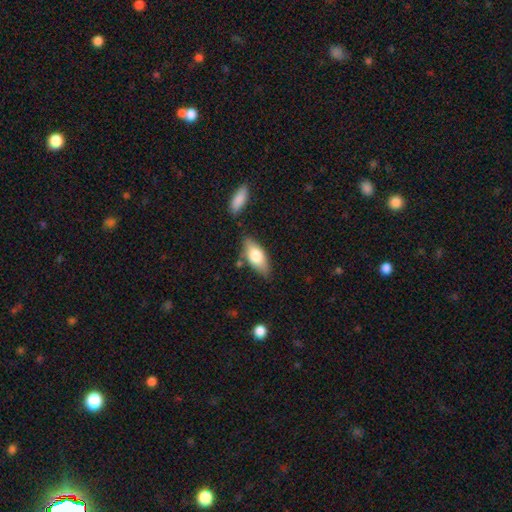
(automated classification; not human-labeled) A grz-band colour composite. It shows a smooth galaxy with no disk features (73%) that is in between round and cigar-shaped (84%). Merging: none (74%).